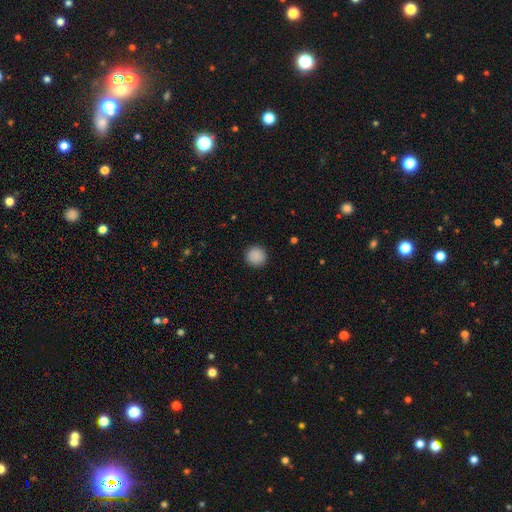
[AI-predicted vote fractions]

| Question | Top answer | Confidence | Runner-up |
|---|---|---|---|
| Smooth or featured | smooth | 89% | star or artifact (8%) |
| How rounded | round | 95% | in between (4%) |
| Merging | none | 92% | minor disturbance (5%) |